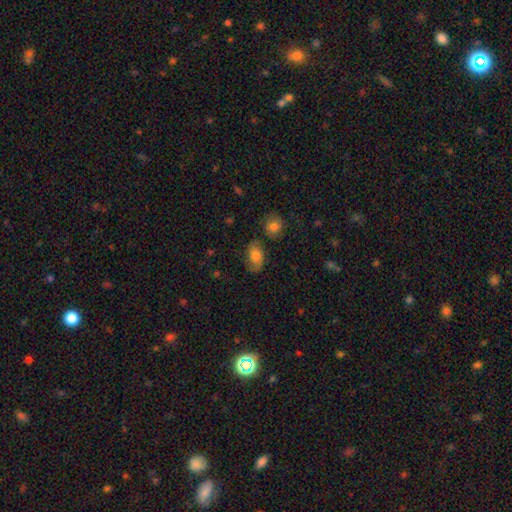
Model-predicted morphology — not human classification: type=smooth (70%); roundness=in between (87%); merging=none (70%).